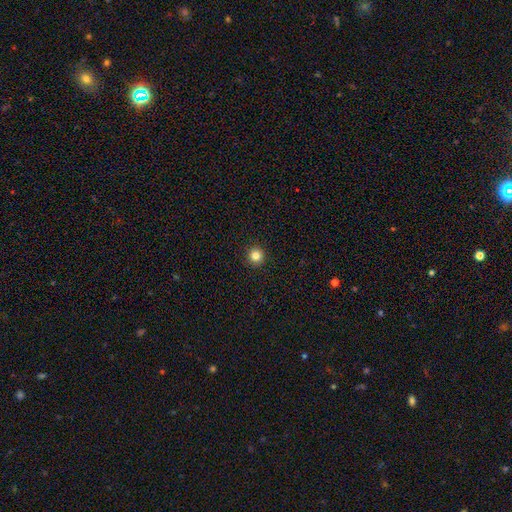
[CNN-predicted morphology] This appears to be a smooth galaxy with no disk features (83%) that is round (96%). Merging: none (94%).